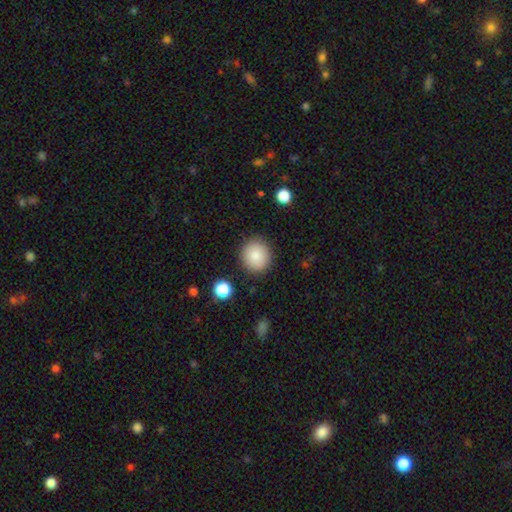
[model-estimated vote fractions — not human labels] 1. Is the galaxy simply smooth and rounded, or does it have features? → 85% smooth, 9% star or artifact, 6% featured or disk.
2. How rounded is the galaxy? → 91% round, 8% in between, 1% cigar-shaped.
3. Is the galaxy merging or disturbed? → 88% none, 8% minor disturbance, 2% major disturbance, 2% merger.